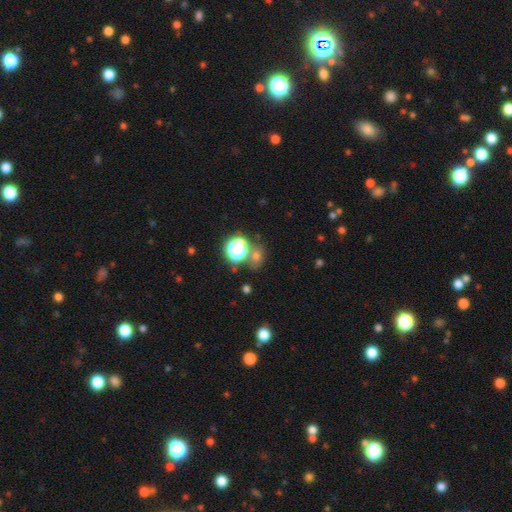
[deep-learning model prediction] This is possibly a smooth galaxy (57%). How rounded: likely round (62%). Merging: likely none (63%).